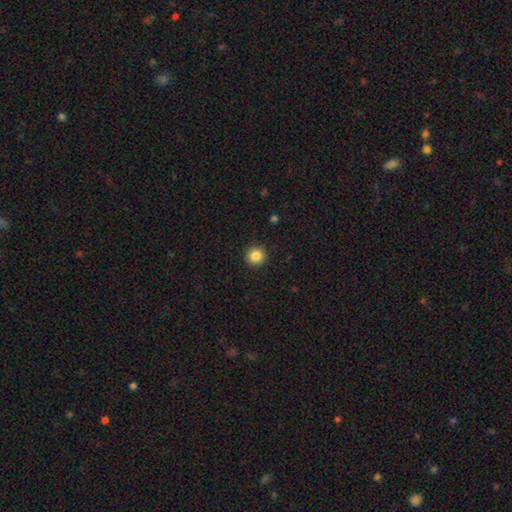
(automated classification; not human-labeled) The model was most divided on "smooth or featured": smooth: 85%, star or artifact: 10%, featured or disk: 5%. More confident: how rounded — round (94%); merging — none (92%).